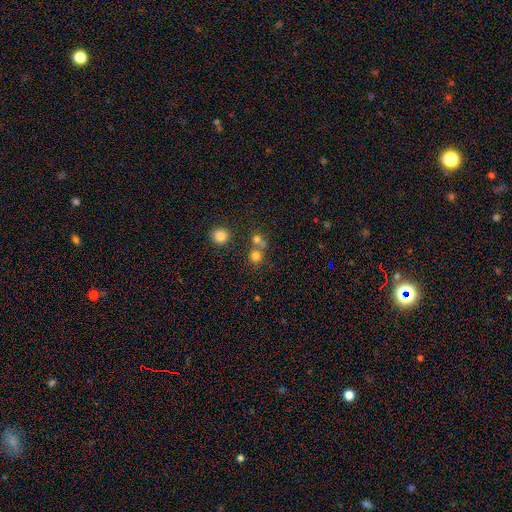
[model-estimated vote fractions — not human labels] Overall: smooth (75%). How rounded: round (84%). Merging: none (50%; merger 39%).